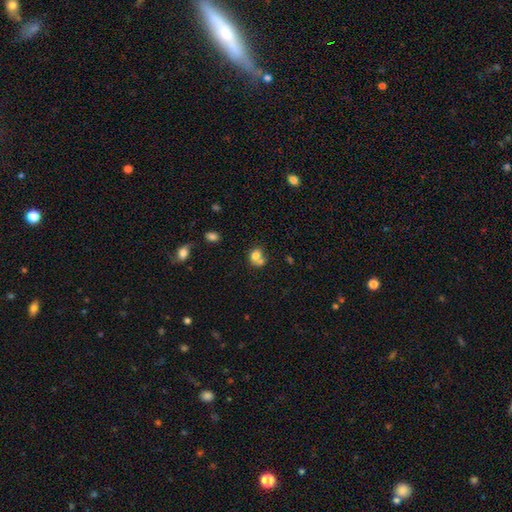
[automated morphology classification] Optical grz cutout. It shows a smooth galaxy with no disk features (74%) that is round (61%). Merging: merger (50%).